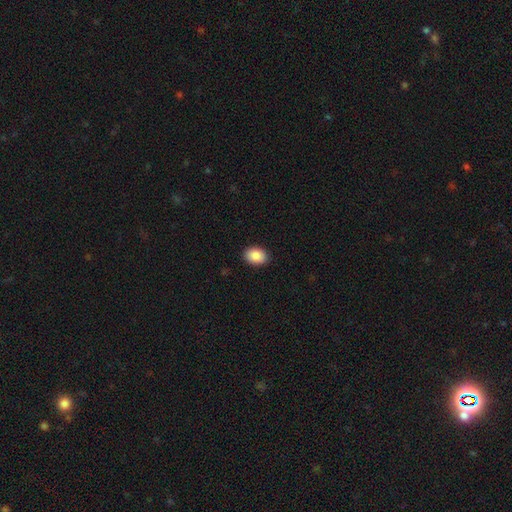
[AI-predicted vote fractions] A smooth galaxy with no disk features (89%) that is in between round and cigar-shaped (78%). Merging: none (91%).